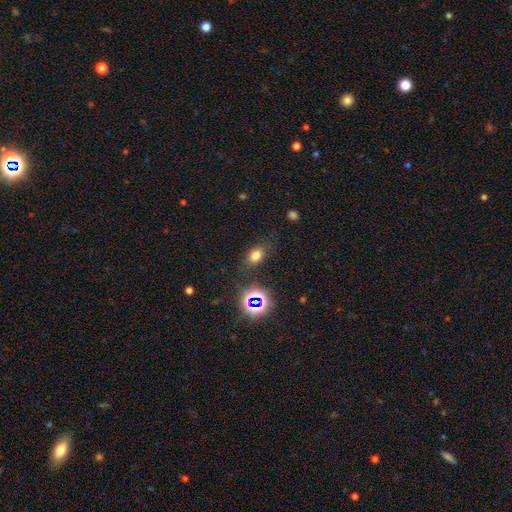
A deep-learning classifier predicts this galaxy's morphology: smooth_or_featured: smooth (p=0.69) [alt: star or artifact p=0.21]
how_rounded: in between (p=0.72) [alt: round p=0.25]
merging: none (p=0.77) [alt: minor disturbance p=0.14]